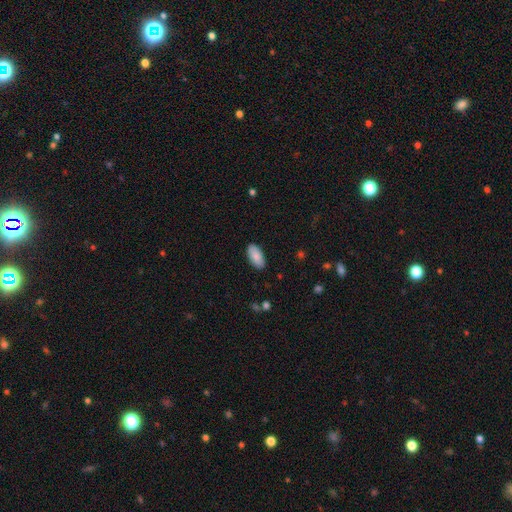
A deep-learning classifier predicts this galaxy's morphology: smooth-or-featured: smooth: 86% | featured or disk: 8% | star or artifact: 6%
  how-rounded: in between: 92% | cigar-shaped: 6% | round: 2%
  merging: none: 88% | minor disturbance: 9% | major disturbance: 2% | merger: 1%